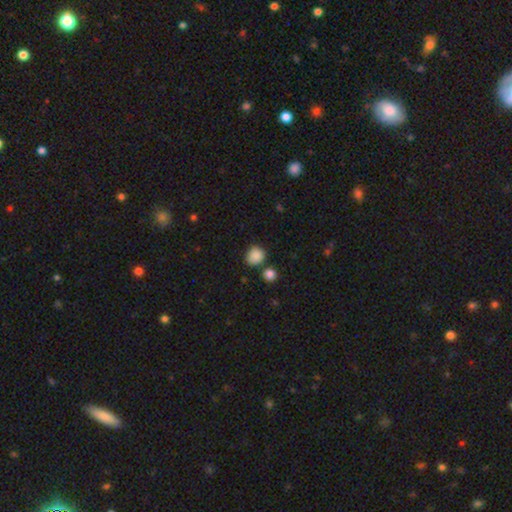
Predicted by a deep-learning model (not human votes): The model was most divided on "how rounded": round: 75%, in between: 24%, cigar-shaped: 1%. More confident: smooth or featured — smooth (87%); merging — none (73%).